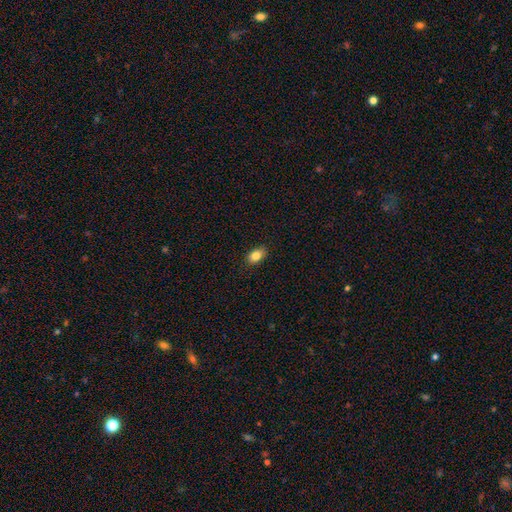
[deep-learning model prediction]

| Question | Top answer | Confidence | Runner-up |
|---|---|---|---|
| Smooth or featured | smooth | 85% | star or artifact (9%) |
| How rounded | in between | 81% | round (17%) |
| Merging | none | 87% | minor disturbance (10%) |